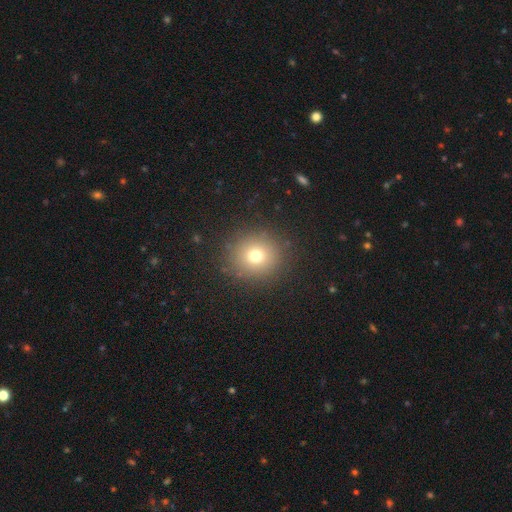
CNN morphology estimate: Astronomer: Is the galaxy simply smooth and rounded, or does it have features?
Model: smooth — 72%.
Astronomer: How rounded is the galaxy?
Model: round — 90%.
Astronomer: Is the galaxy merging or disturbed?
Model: none — 88%.